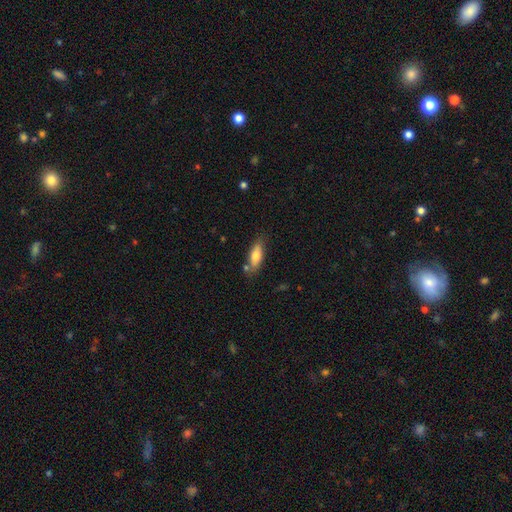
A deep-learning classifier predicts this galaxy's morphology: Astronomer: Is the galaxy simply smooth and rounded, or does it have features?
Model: smooth — 69%.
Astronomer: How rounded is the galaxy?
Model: in between — 71%.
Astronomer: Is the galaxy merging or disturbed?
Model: none — 70%.